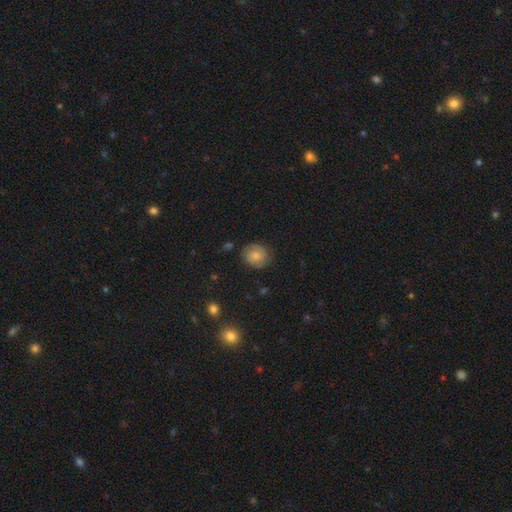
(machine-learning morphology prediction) smooth-or-featured: smooth: 64% | featured or disk: 26% | star or artifact: 9%
  how-rounded: round: 76% | in between: 23% | cigar-shaped: 1%
  merging: none: 80% | minor disturbance: 14% | major disturbance: 4% | merger: 2%